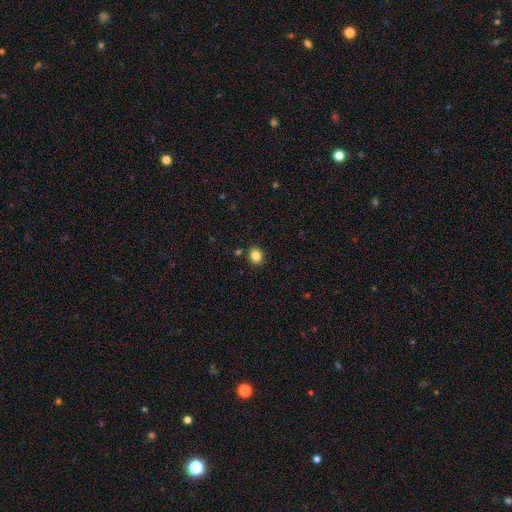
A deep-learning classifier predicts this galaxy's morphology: Smooth or featured? Predicted: smooth (p=0.84). How rounded? Predicted: round (p=0.70). Merging? Predicted: none (p=0.88).